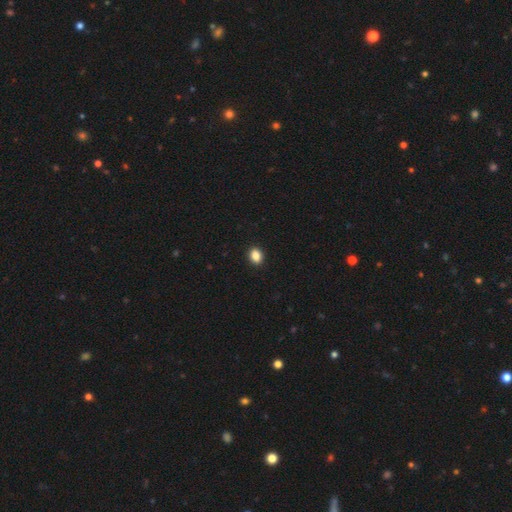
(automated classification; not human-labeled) This appears to be a smooth galaxy with no disk features (87%) that is in between round and cigar-shaped (63%). Merging: none (92%).